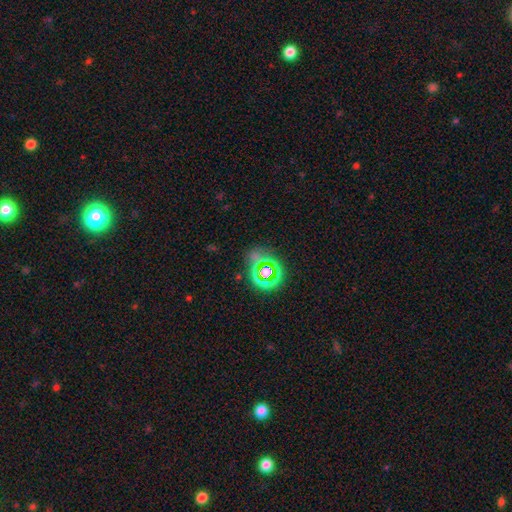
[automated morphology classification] A star or artifact, not a galaxy (65%).